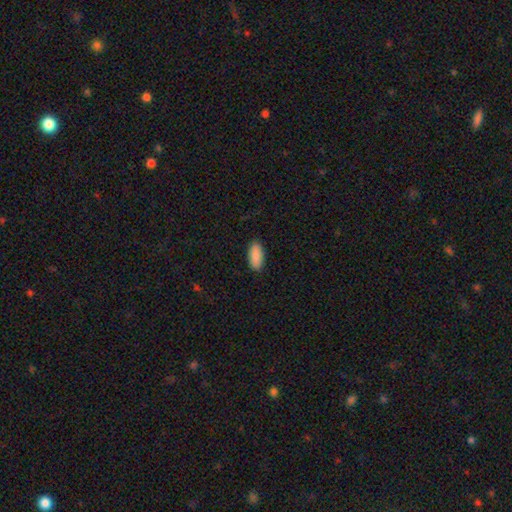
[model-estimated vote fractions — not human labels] Smooth or featured: smooth — 91% (star or artifact — 6%)
How rounded: in between — 86% (cigar-shaped — 13%)
Merging: none — 89% (minor disturbance — 8%)